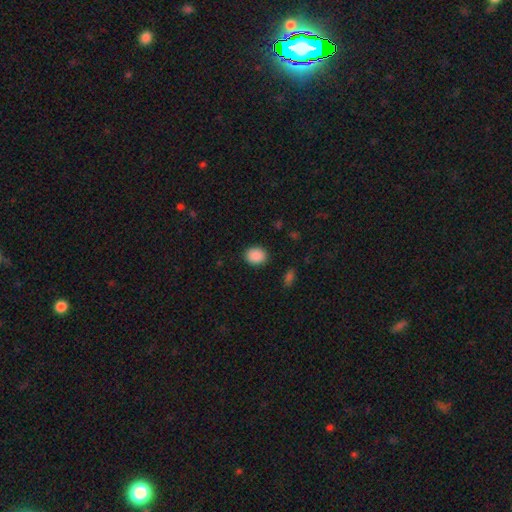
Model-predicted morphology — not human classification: This is clearly a smooth galaxy (89%). How rounded: possibly round (56%). Merging: clearly none (89%).